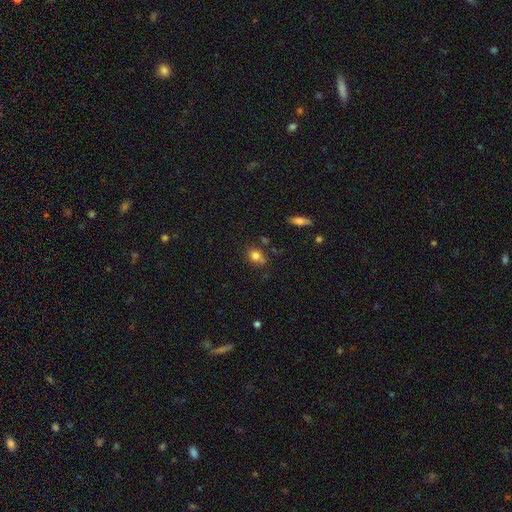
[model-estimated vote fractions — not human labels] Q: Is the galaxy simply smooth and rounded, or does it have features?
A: smooth — 79%.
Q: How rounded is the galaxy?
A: round — 51%.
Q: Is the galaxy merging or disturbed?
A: none — 68%.